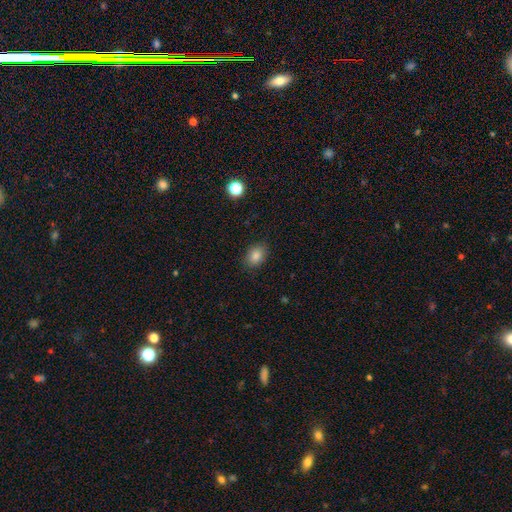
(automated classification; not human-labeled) smooth 84%, star or artifact 10%, featured or disk 6%. Down the decision tree: how rounded — in between (70%); merging — none (87%).